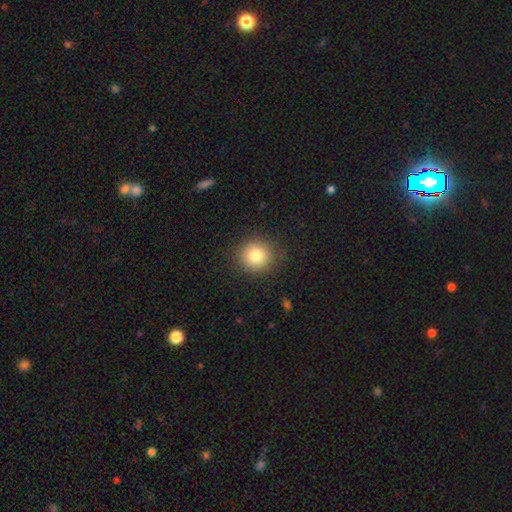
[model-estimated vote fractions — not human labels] A smooth galaxy with no disk features (81%) that is round (90%). Merging: none (88%).